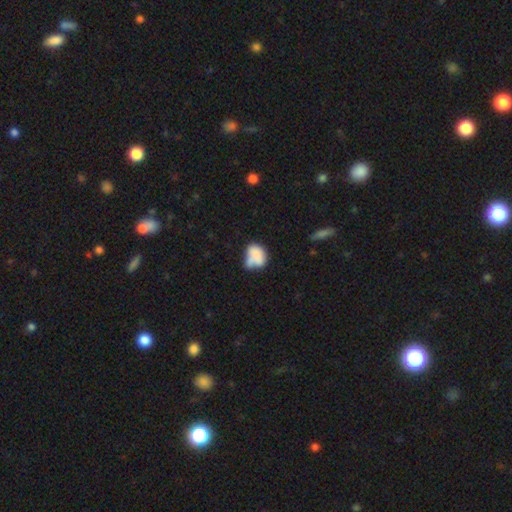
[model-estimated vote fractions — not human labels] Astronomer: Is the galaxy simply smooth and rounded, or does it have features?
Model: smooth — 73%.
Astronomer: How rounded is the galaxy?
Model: in between — 62%.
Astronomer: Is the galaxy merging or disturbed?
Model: none — 33% (runner-up: minor disturbance, 29%).